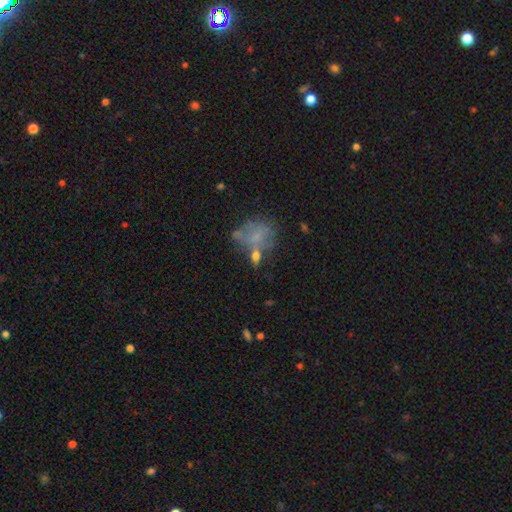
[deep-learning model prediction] Smooth or featured? Predicted: smooth (p=0.53). How rounded? Predicted: in between (p=0.62). Merging? Predicted: none (p=0.40).